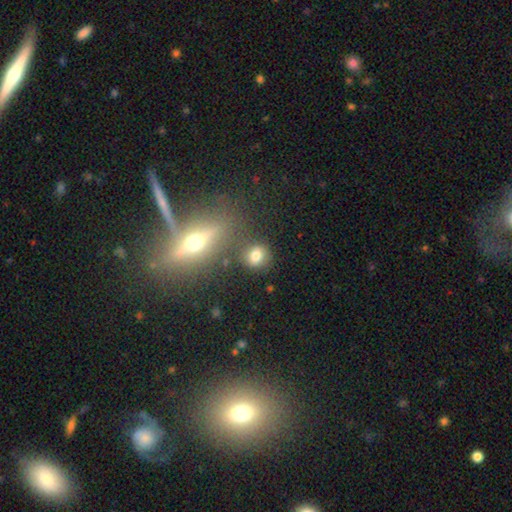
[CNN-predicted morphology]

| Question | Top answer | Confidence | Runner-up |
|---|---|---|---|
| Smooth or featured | smooth | 72% | featured or disk (14%) |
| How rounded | round | 68% | in between (29%) |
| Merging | none | 72% | minor disturbance (12%) |